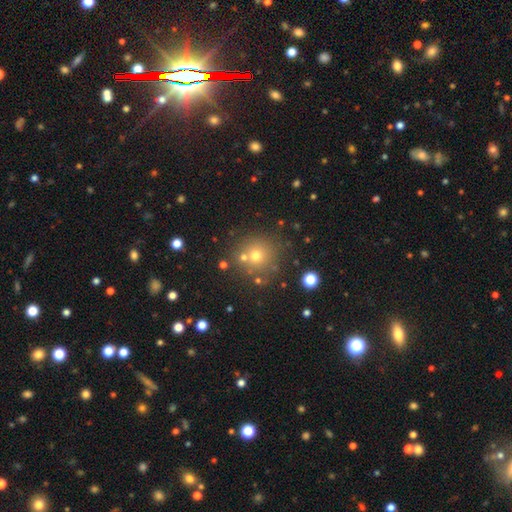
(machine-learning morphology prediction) type=smooth (67%); roundness=round (93%); merging=none (73%).